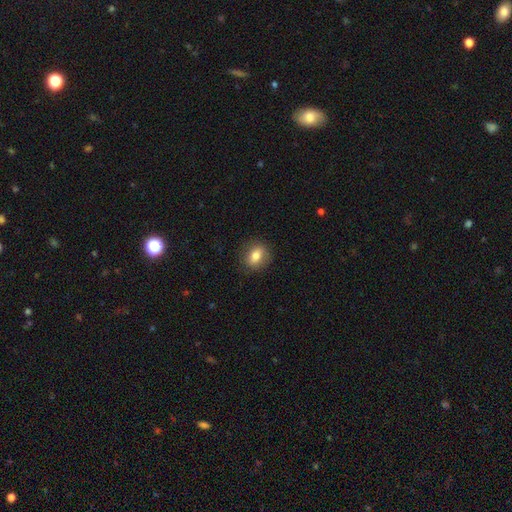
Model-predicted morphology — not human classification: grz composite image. It shows a smooth galaxy with no disk features (77%) that is in between round and cigar-shaped (53%). Merging: none (85%).